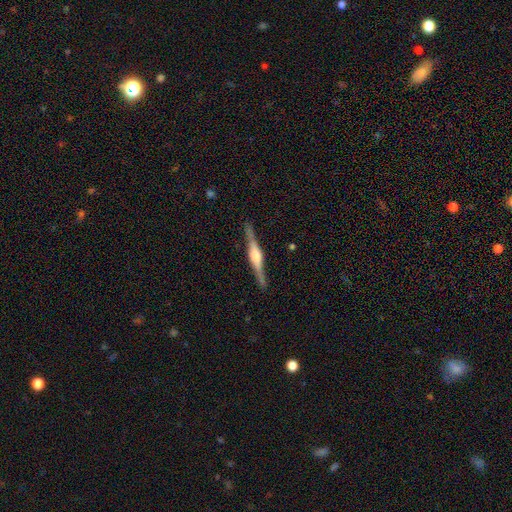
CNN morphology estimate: smooth_or_featured: featured or disk (p=0.82) [alt: smooth p=0.13]
disk_edge_on: yes (p=0.98) [alt: no p=0.02]
edge_on_bulge: rounded (p=0.68) [alt: boxy p=0.28]
merging: none (p=0.89) [alt: minor disturbance p=0.08]